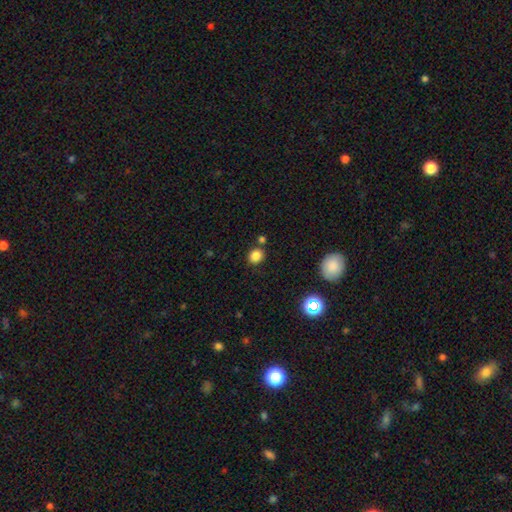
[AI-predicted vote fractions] Morphology: type=smooth (82%); roundness=round (76%); merging=none (78%).